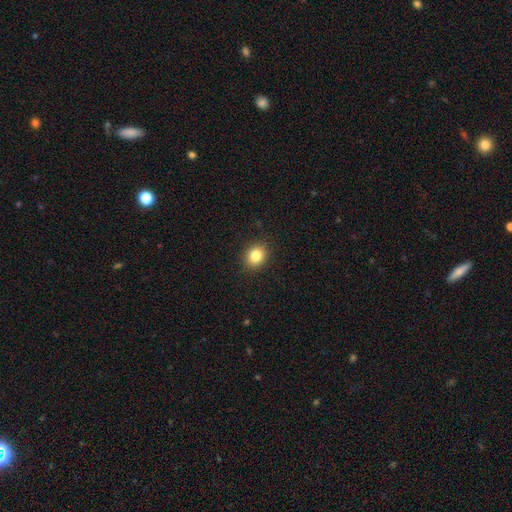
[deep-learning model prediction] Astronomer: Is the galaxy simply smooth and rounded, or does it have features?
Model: smooth — 83%.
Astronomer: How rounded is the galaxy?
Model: round — 69%.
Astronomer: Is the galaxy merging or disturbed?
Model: none — 90%.